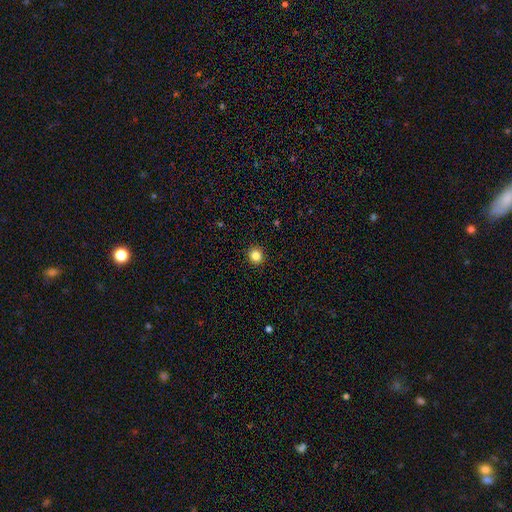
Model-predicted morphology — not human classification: Smooth or featured? smooth (84%)
How rounded? round (90%)
Merging? none (93%)